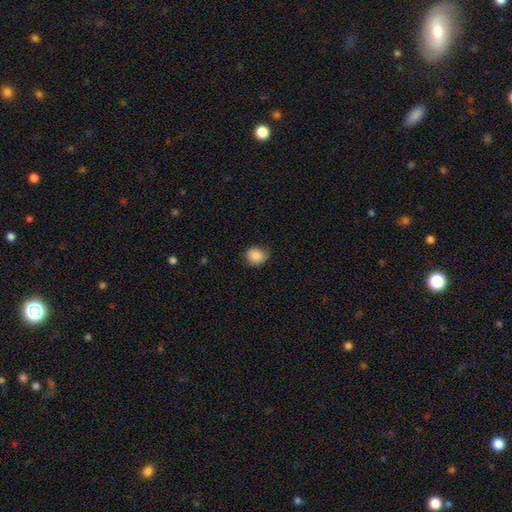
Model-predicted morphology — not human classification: This appears to be a smooth galaxy with no disk features (87%) that is round (70%). Merging: none (72%).